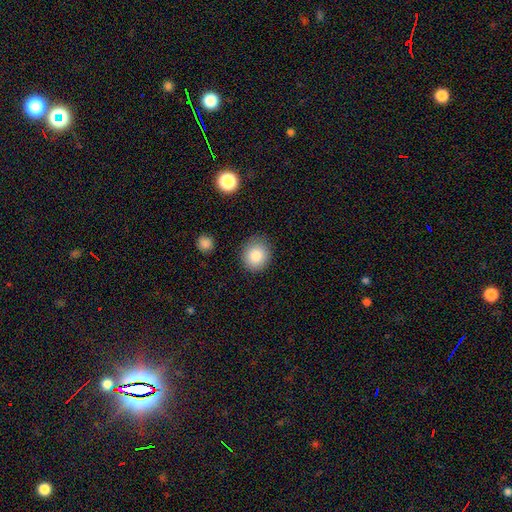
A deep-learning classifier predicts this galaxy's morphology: A smooth galaxy with no disk features (86%) that is round (79%). Merging: none (84%).